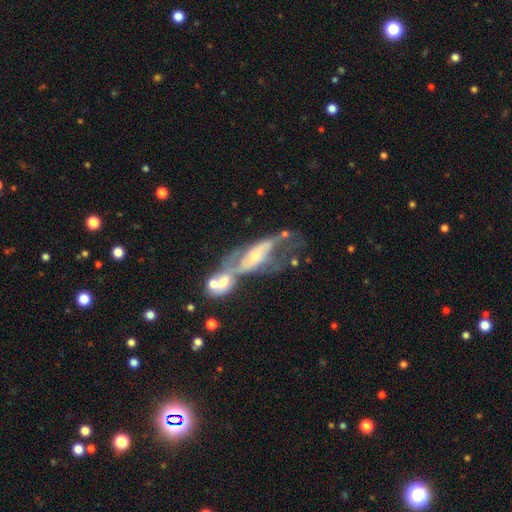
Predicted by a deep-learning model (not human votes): A featured or disk galaxy (72%) with no bar (53%), spiral arms (70%) and a small central bulge (47%).

Vote fractions:
- Smooth or featured? featured or disk: 72% / smooth: 21% / star or artifact: 8%
- Edge-on disk? no: 86% / yes: 14%
- Bar? no: 53% / weak: 30% / strong: 17%
- Spiral arms? yes: 70% / no: 30%
- Bulge size? small: 47% / moderate: 38% / large: 7% / none: 6% / dominant: 2%
- Merging? merger: 58% / major disturbance: 20% / none: 13% / minor disturbance: 9%